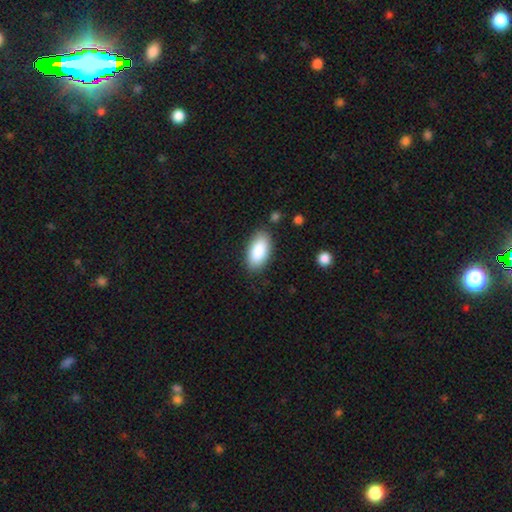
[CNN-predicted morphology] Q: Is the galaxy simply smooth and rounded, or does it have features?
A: smooth — 86%.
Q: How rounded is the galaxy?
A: in between — 94%.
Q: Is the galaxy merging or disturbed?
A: none — 84%.